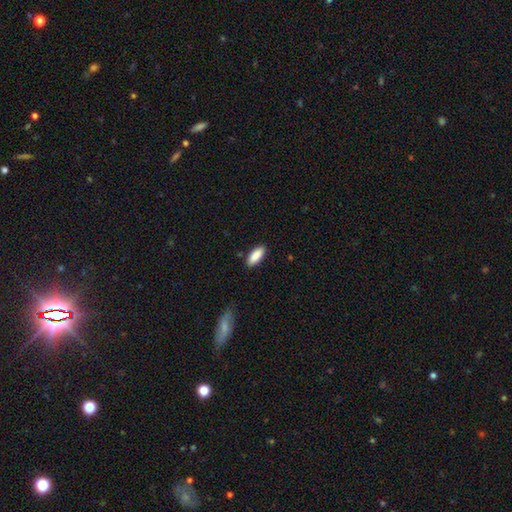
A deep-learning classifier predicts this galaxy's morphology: Smooth or featured? smooth (89%)
How rounded? in between (80%)
Merging? none (86%)